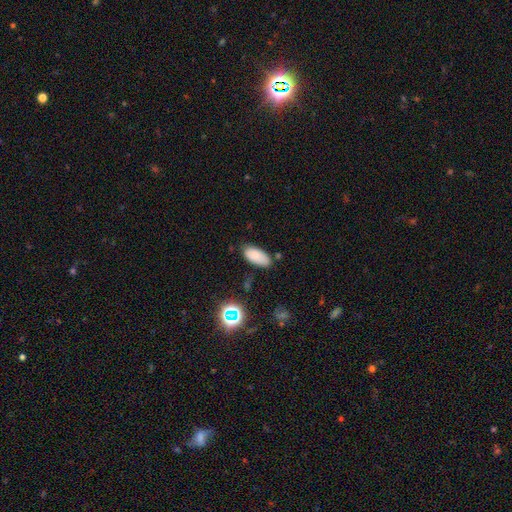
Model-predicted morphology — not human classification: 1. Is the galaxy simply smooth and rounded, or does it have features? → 83% smooth, 10% star or artifact, 6% featured or disk.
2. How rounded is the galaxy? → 91% in between, 7% cigar-shaped, 2% round.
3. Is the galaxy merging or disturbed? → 79% none, 15% minor disturbance, 3% major disturbance, 3% merger.